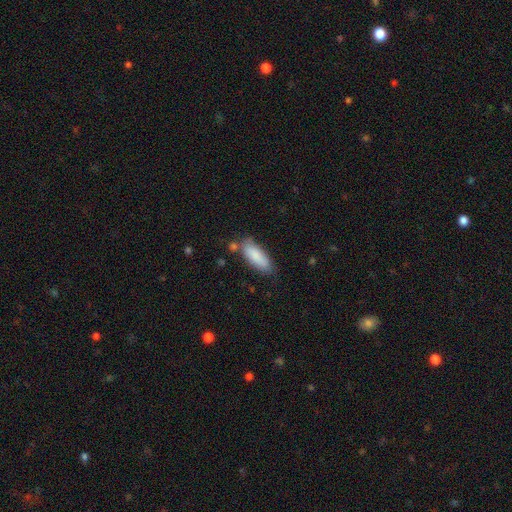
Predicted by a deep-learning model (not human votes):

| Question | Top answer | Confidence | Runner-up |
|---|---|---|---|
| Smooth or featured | smooth | 85% | featured or disk (9%) |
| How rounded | in between | 66% | cigar-shaped (33%) |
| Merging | none | 71% | minor disturbance (19%) |